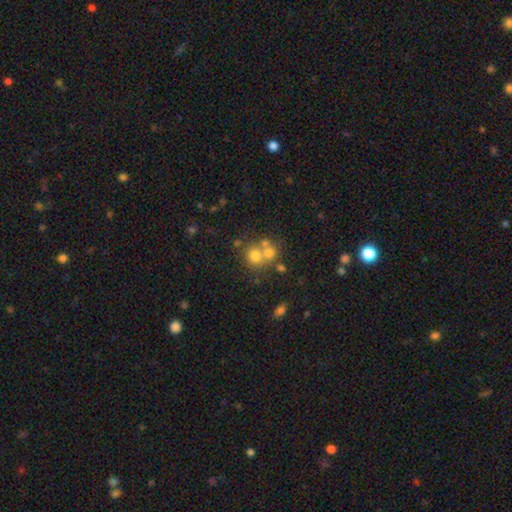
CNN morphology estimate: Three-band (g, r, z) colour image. It shows a smooth galaxy with no disk features (66%) that is round (84%). Merging: merger (45%).